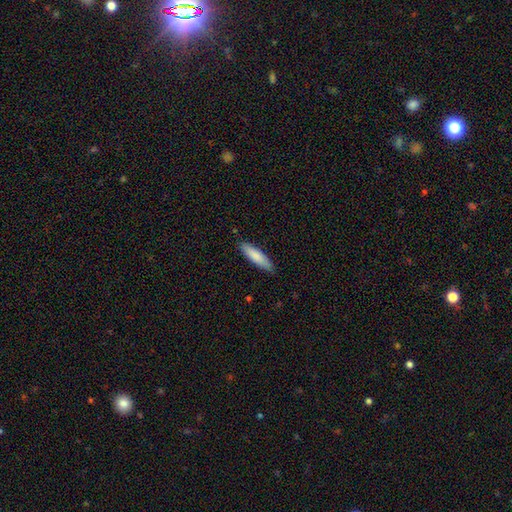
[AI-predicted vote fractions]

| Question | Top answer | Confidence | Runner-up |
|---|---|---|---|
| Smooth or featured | smooth | 84% | featured or disk (11%) |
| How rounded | cigar-shaped | 70% | in between (29%) |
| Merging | none | 88% | minor disturbance (9%) |